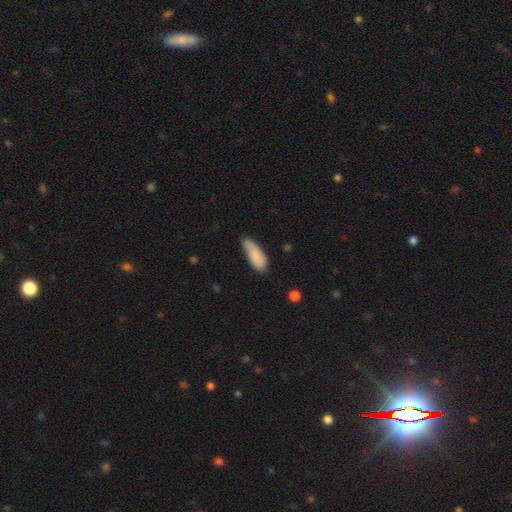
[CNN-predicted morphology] Overall: smooth (82%). How rounded: in between (77%). Merging: none (49%; minor disturbance 38%).